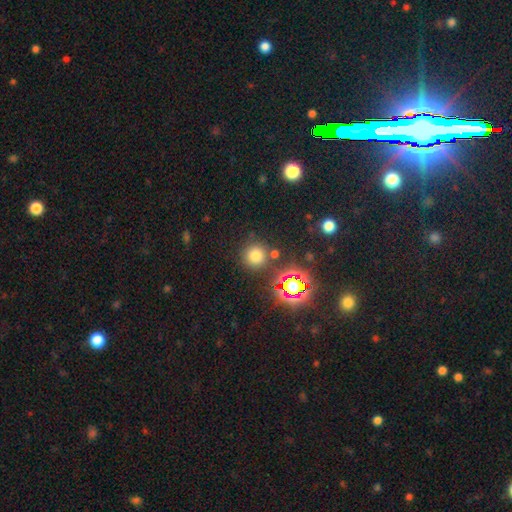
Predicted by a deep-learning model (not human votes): A smooth galaxy with no disk features (69%) that is round (93%).

Vote fractions:
- Smooth or featured? smooth: 69% / star or artifact: 24% / featured or disk: 7%
- How rounded? round: 93% / in between: 5% / cigar-shaped: 1%
- Merging? none: 81% / minor disturbance: 8% / merger: 7% / major disturbance: 4%